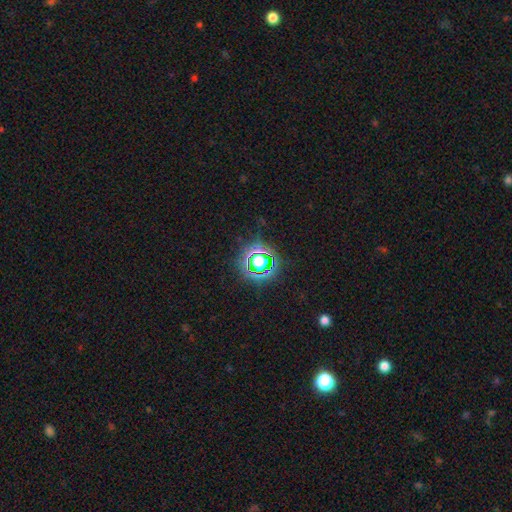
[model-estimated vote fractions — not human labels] This is likely a star or artifact rather than a galaxy (76%).